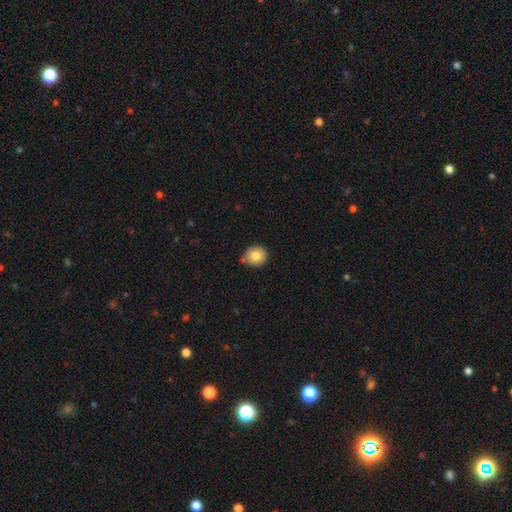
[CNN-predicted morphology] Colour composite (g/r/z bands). It shows a smooth galaxy with no disk features (81%) that is round (90%). Merging: none (74%).